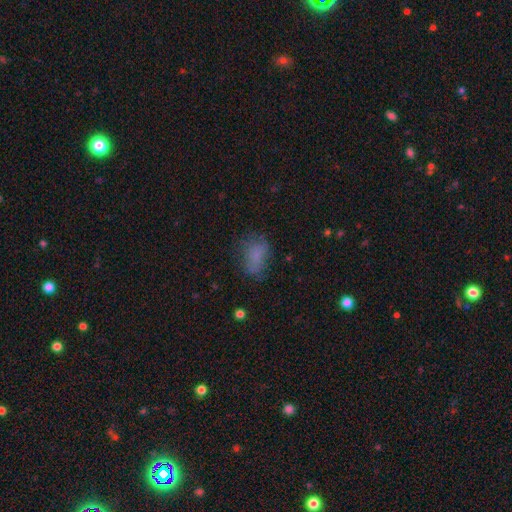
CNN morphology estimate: This appears to be a smooth galaxy with no disk features (72%) that is in between round and cigar-shaped (80%). Merging: none (58%).